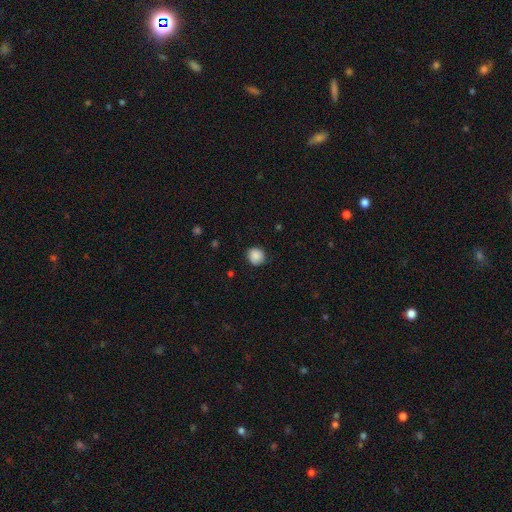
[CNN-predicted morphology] Smooth or featured? Predicted: smooth (p=0.87). How rounded? Predicted: round (p=0.88). Merging? Predicted: none (p=0.83).